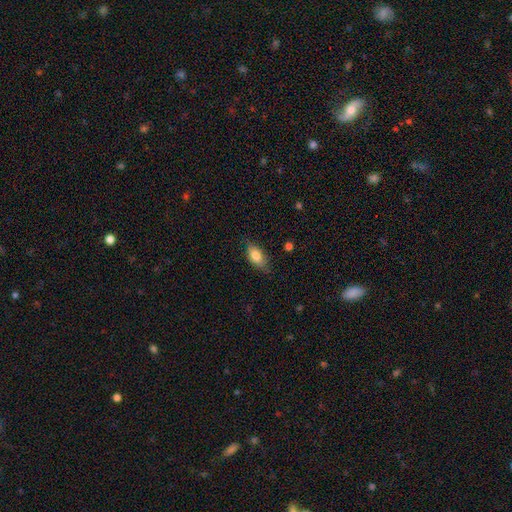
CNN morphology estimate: This appears to be a smooth galaxy with no disk features (81%) that is in between round and cigar-shaped (89%). Merging: none (74%).